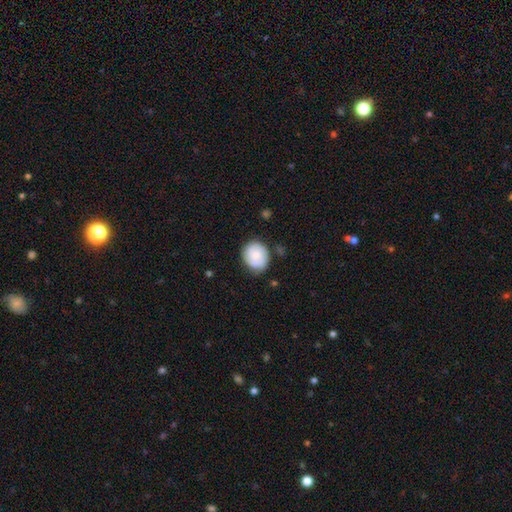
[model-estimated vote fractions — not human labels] Smooth or featured: smooth — 60% (featured or disk — 33%)
How rounded: round — 72% (in between — 27%)
Merging: none — 71% (minor disturbance — 21%)